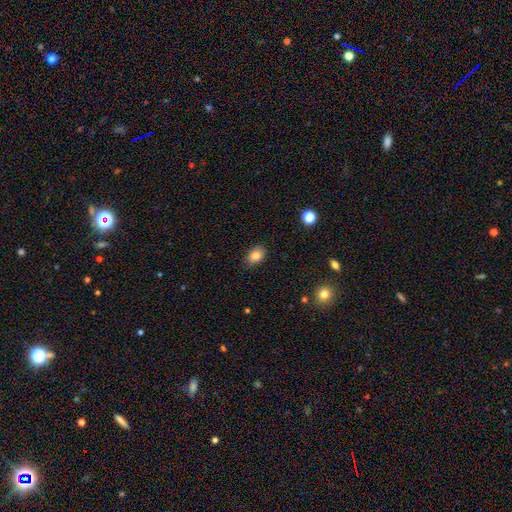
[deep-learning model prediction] This appears to be a smooth galaxy with no disk features (83%) that is in between round and cigar-shaped (78%). Merging: none (85%).